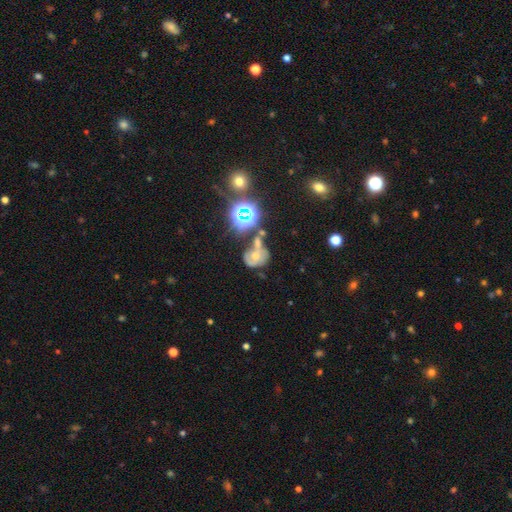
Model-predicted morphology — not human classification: Overall: featured or disk (43%; smooth 34%). Merging: merger (35%; none 29%).